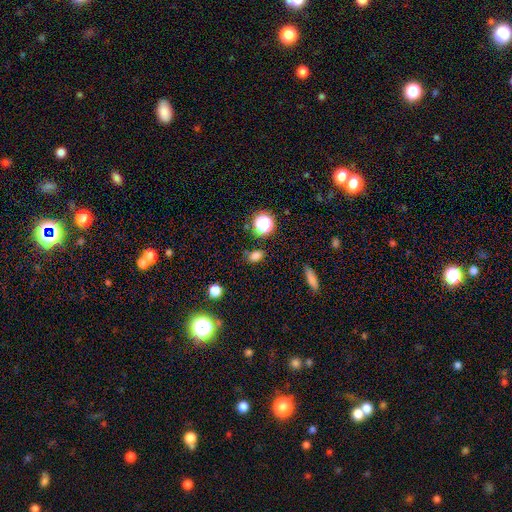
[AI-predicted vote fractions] Smooth or featured? smooth (79%)
How rounded? in between (70%)
Merging? none (83%)